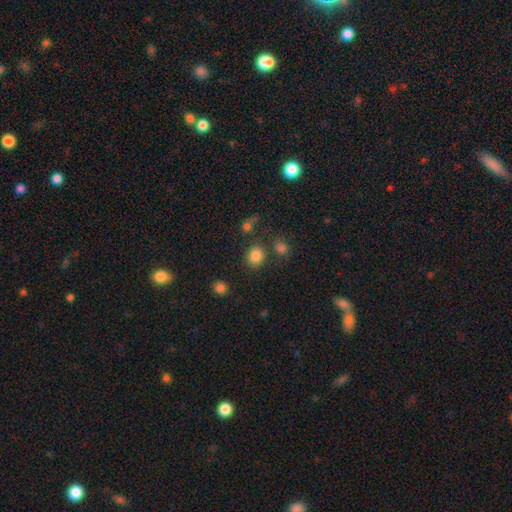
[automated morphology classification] Smooth or featured?
  - smooth: 83% *
  - star or artifact: 12%
  - featured or disk: 5%
How rounded?
  - round: 78% *
  - in between: 21%
  - cigar-shaped: 1%
Merging?
  - none: 76% *
  - merger: 10%
  - minor disturbance: 9%
  - major disturbance: 5%